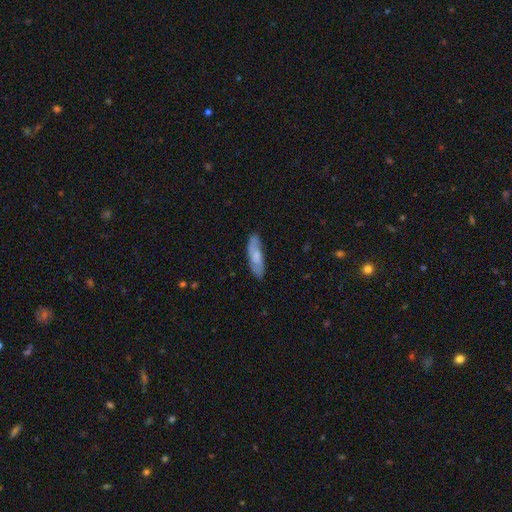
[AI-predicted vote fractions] A smooth galaxy with no disk features (65%) that is cigar-shaped (58%).

Vote fractions:
- Smooth or featured? smooth: 65% / featured or disk: 29% / star or artifact: 6%
- How rounded? cigar-shaped: 58% / in between: 40% / round: 2%
- Merging? none: 82% / minor disturbance: 14% / major disturbance: 3% / merger: 1%